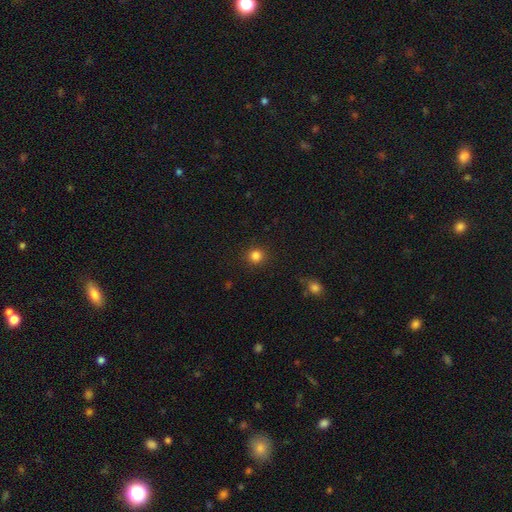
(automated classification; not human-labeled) Overall: smooth (84%). How rounded: round (93%). Merging: none (91%).